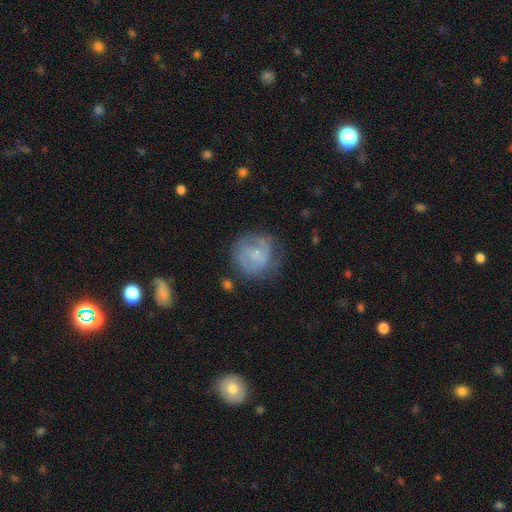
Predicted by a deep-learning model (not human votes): Smooth or featured?
  - featured or disk: 58% *
  - smooth: 34%
  - star or artifact: 7%
Edge-on disk?
  - no: 98% *
  - yes: 2%
Bar?
  - no: 67% *
  - weak: 29%
  - strong: 4%
Spiral arms?
  - yes: 81% *
  - no: 19%
Bulge size?
  - small: 49% *
  - none: 27%
  - moderate: 20%
  - large: 3%
  - dominant: 1%
Merging?
  - none: 66% *
  - minor disturbance: 21%
  - major disturbance: 11%
  - merger: 2%